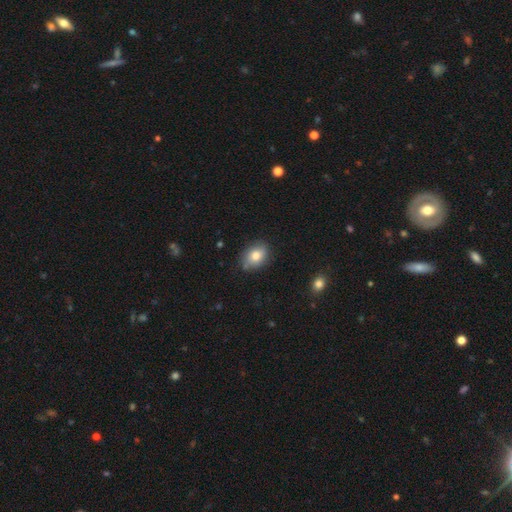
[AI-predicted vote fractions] smooth_or_featured: smooth (p=0.80) [alt: featured or disk p=0.12]
how_rounded: in between (p=0.74) [alt: round p=0.24]
merging: none (p=0.78) [alt: minor disturbance p=0.18]